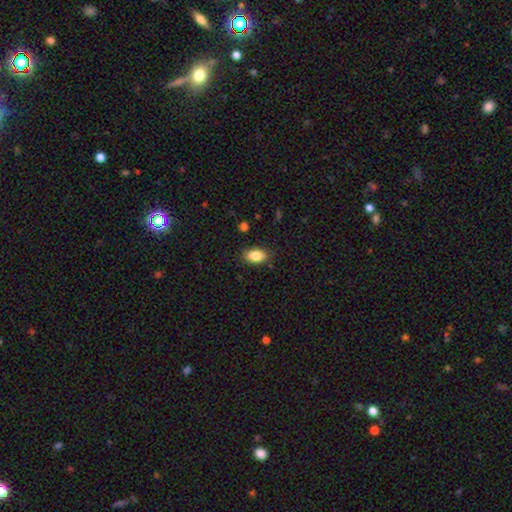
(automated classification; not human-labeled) smooth_or_featured: smooth (p=0.86) [alt: star or artifact p=0.08]
how_rounded: in between (p=0.89) [alt: round p=0.09]
merging: none (p=0.86) [alt: minor disturbance p=0.11]